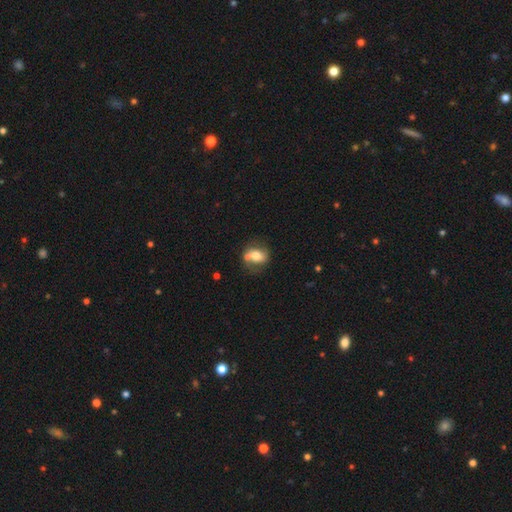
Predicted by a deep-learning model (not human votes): This is possibly a smooth galaxy (53%). How rounded: possibly in between (58%). Merging: possibly none (46%).